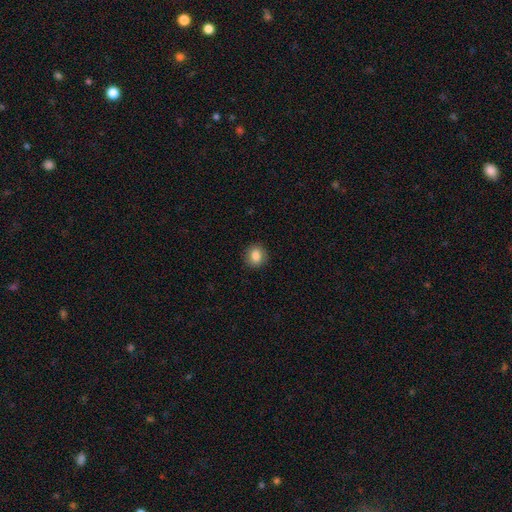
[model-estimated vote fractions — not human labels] Smooth or featured: smooth — 85% (star or artifact — 9%)
How rounded: round — 77% (in between — 22%)
Merging: none — 89% (minor disturbance — 8%)